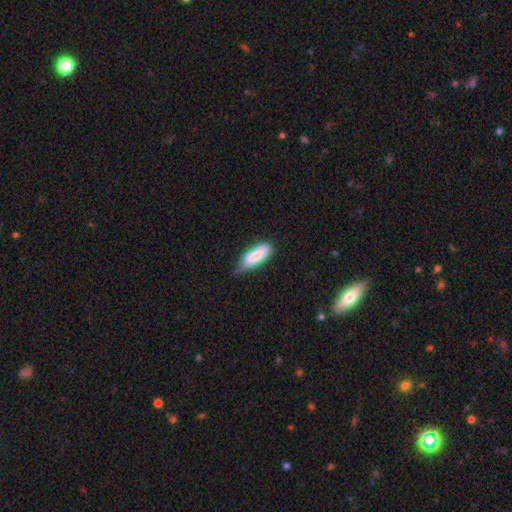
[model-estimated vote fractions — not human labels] The model was most divided on "merging" (2-way tie): minor disturbance: 44%, none: 44%, major disturbance: 9%, merger: 3%. More confident: smooth or featured — smooth (75%); how rounded — in between (63%).